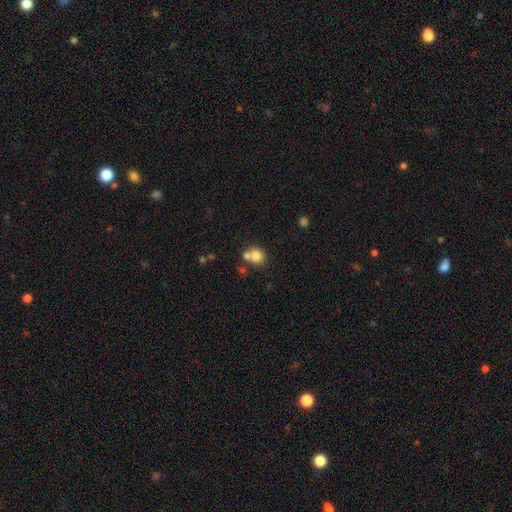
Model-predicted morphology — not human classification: Smooth or featured: smooth — 79% (star or artifact — 11%)
How rounded: round — 79% (in between — 20%)
Merging: none — 51% (merger — 36%)